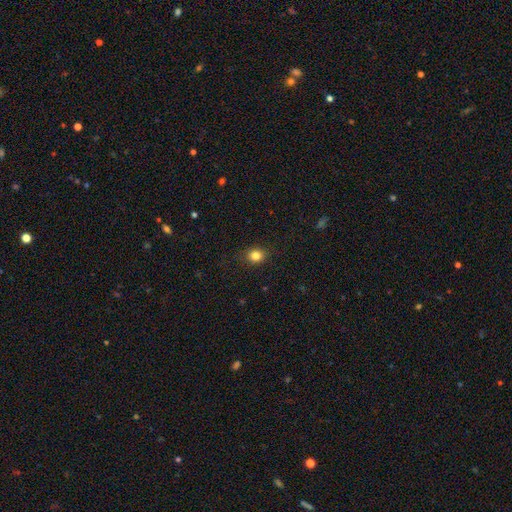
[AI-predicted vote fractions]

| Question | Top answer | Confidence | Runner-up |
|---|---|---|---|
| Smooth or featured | smooth | 83% | star or artifact (12%) |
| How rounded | round | 75% | in between (24%) |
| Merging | none | 88% | minor disturbance (9%) |